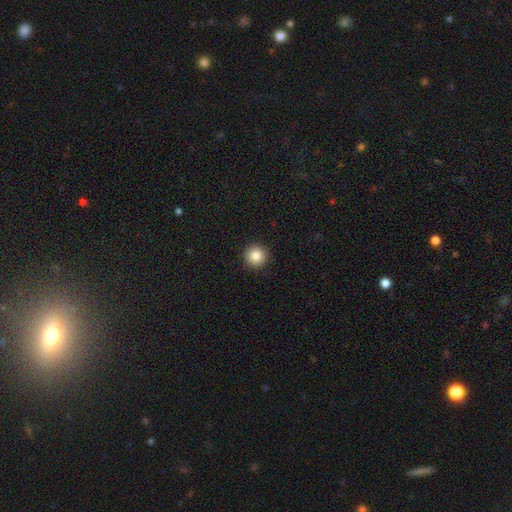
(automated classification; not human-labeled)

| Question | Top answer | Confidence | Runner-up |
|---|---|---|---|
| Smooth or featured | smooth | 85% | star or artifact (10%) |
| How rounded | round | 96% | in between (3%) |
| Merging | none | 93% | minor disturbance (4%) |